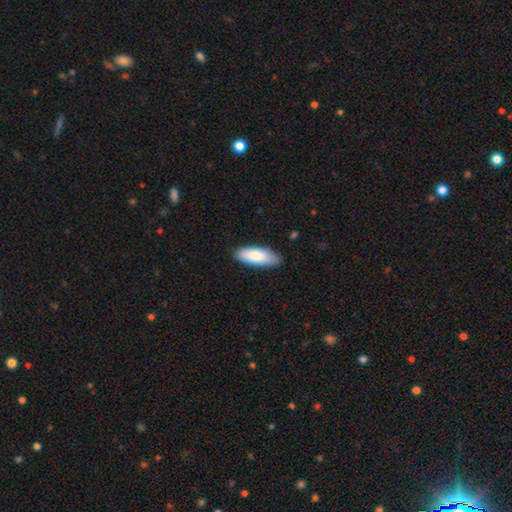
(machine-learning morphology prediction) smooth-or-featured: smooth: 81% | featured or disk: 13% | star or artifact: 5%
  how-rounded: in between: 71% | cigar-shaped: 27% | round: 2%
  merging: none: 86% | minor disturbance: 11% | major disturbance: 2% | merger: 1%